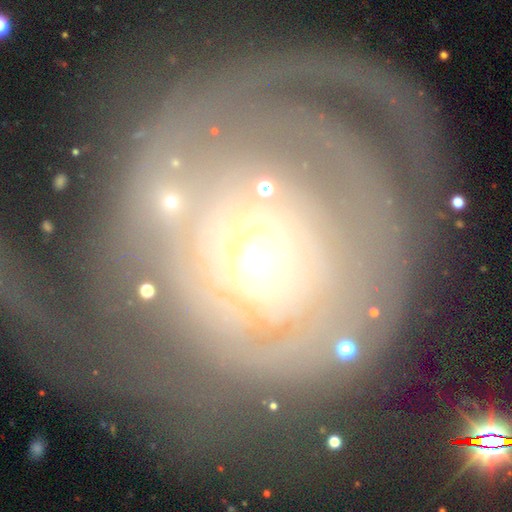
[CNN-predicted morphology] Smooth or featured?
  - featured or disk: 76% *
  - smooth: 16%
  - star or artifact: 9%
Edge-on disk?
  - no: 97% *
  - yes: 3%
Bar?
  - no: 81% *
  - weak: 13%
  - strong: 5%
Spiral arms?
  - yes: 70% *
  - no: 30%
Spiral winding?
  - tight: 56% *
  - medium: 24%
  - loose: 20%
Spiral arm count?
  - can't tell: 40% *
  - 2: 23%
  - 1: 18%
  - 3: 8%
  - more than 4: 6%
  - 4: 5%
Bulge size?
  - moderate: 52% *
  - small: 33%
  - large: 10%
  - dominant: 3%
  - none: 2%
Merging?
  - major disturbance: 47% *
  - none: 27%
  - minor disturbance: 15%
  - merger: 12%